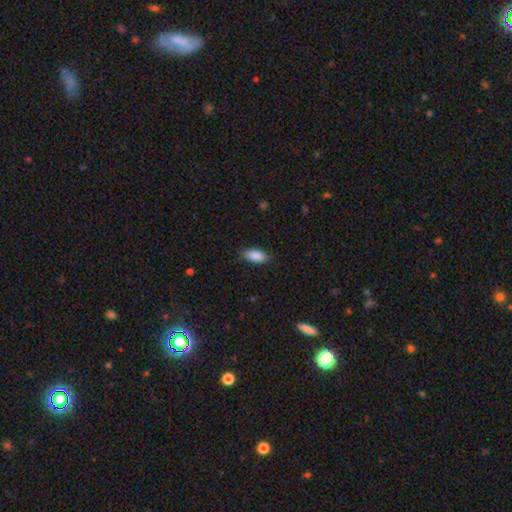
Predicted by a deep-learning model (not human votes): Smooth or featured? Predicted: smooth (p=0.89). How rounded? Predicted: in between (p=0.89). Merging? Predicted: none (p=0.86).